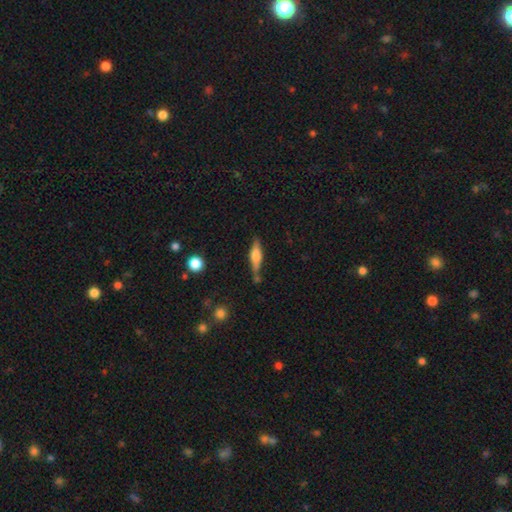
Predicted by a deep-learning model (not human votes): This is possibly a featured or disk galaxy (52%). It is clearly viewed edge-on (94%). Merging: likely none (72%).